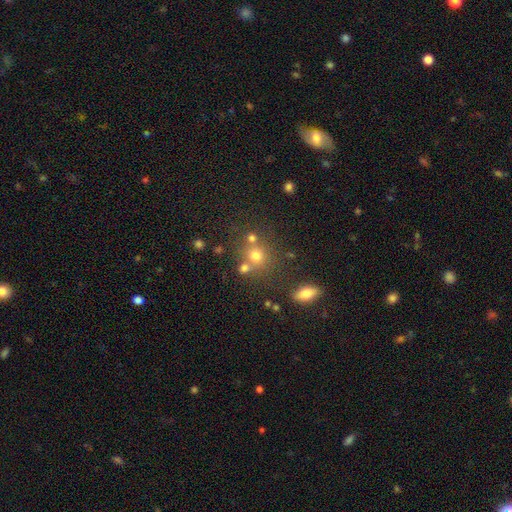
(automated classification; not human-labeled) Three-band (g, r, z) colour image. It shows a smooth galaxy with no disk features (67%) that is round (83%). Merging: none (59%).